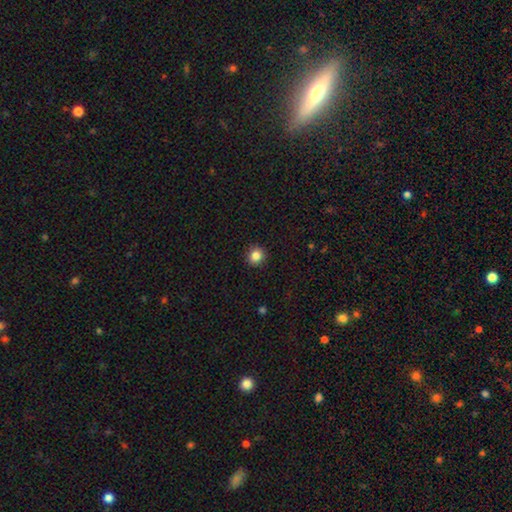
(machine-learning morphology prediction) Q: Smooth or featured?
A: smooth (84%); runner-up: star or artifact (11%)
Q: How rounded?
A: round (91%); runner-up: in between (8%)
Q: Merging?
A: none (92%); runner-up: minor disturbance (5%)